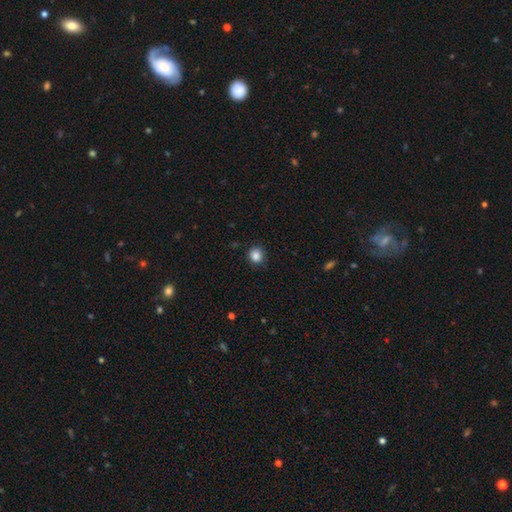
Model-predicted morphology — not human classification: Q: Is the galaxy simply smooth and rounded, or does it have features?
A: smooth — 86%.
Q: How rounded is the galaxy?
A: round — 85%.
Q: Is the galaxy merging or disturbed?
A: none — 88%.